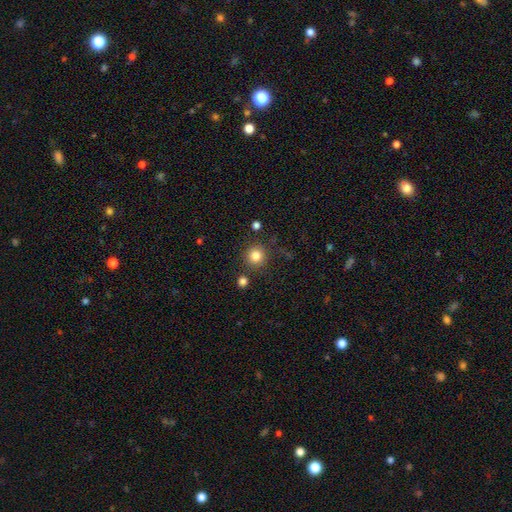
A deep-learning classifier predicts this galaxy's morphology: Smooth or featured? smooth (82%)
How rounded? round (94%)
Merging? none (85%)